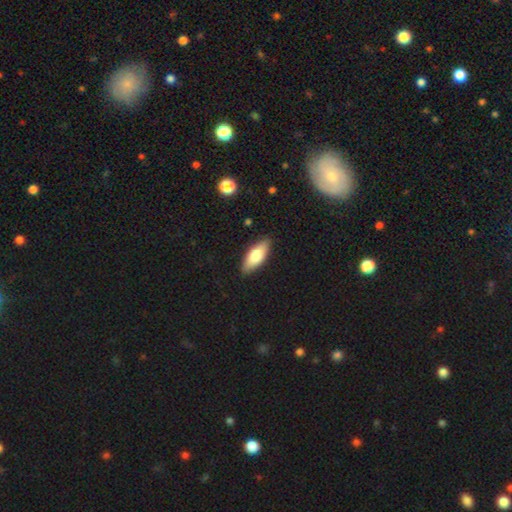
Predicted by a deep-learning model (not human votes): Smooth or featured: smooth — 75% (featured or disk — 19%)
How rounded: in between — 73% (cigar-shaped — 25%)
Merging: none — 87% (minor disturbance — 10%)